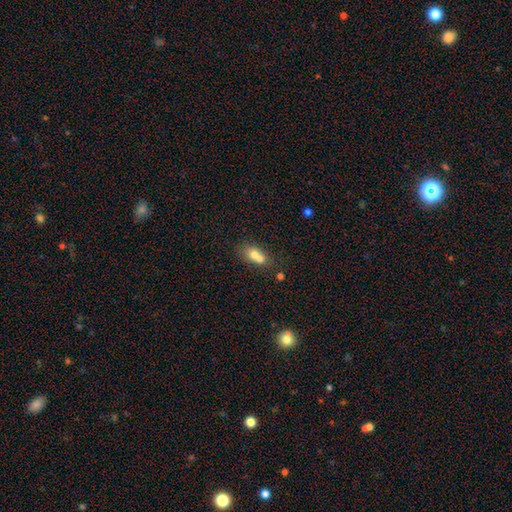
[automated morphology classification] The model was most divided on "how rounded": in between: 60%, round: 36%, cigar-shaped: 4%. More confident: smooth or featured — smooth (68%); merging — merger (58%).